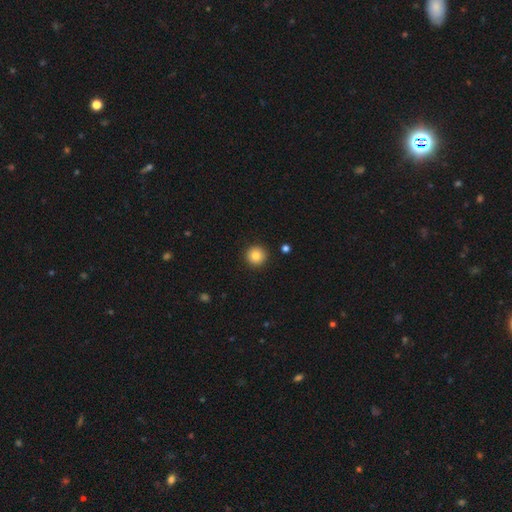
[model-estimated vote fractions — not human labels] smooth-or-featured: smooth: 83% | star or artifact: 10% | featured or disk: 7%
  how-rounded: round: 96% | in between: 3% | cigar-shaped: 1%
  merging: none: 93% | minor disturbance: 5% | major disturbance: 2% | merger: 1%